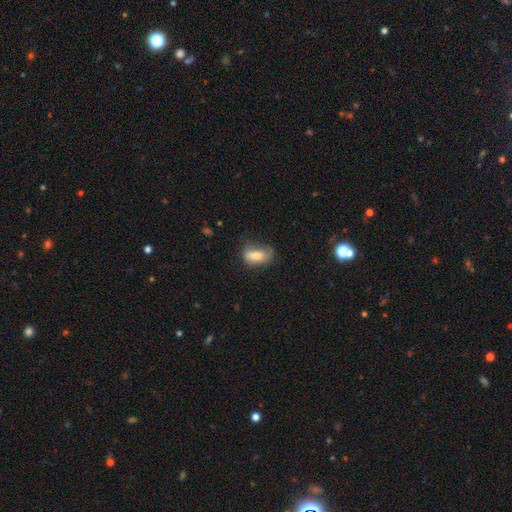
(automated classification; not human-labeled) A smooth galaxy with no disk features (74%) that is in between round and cigar-shaped (86%).

Vote fractions:
- Smooth or featured? smooth: 74% / featured or disk: 18% / star or artifact: 8%
- How rounded? in between: 86% / cigar-shaped: 8% / round: 7%
- Merging? none: 48% / minor disturbance: 33% / major disturbance: 17% / merger: 2%